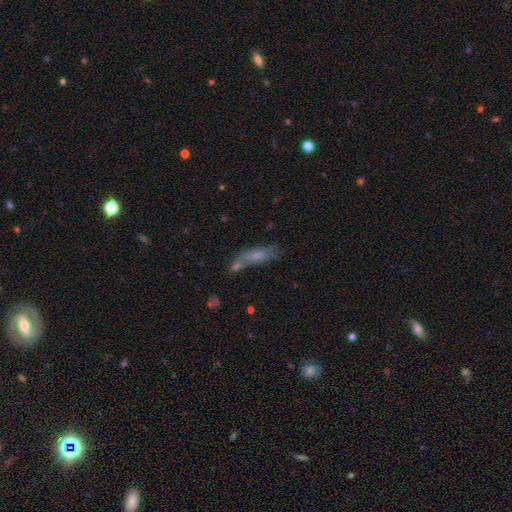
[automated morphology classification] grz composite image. It shows a smooth galaxy with no disk features (62%) that is cigar-shaped (53%). Merging: none (46%).